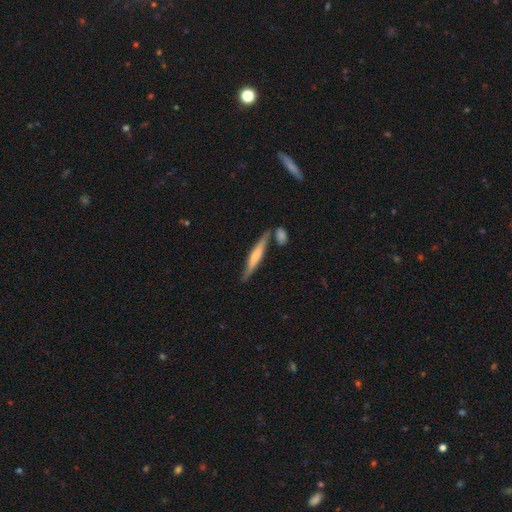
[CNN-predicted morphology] The model was most divided on "smooth or featured" (2-way tie): featured or disk: 47%, smooth: 47%, star or artifact: 5%. More confident: merging — none (76%).